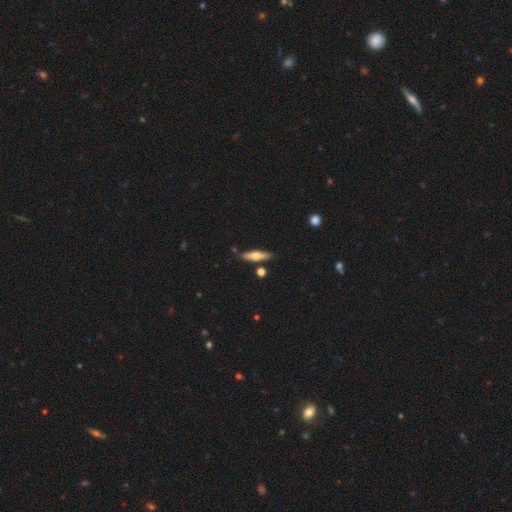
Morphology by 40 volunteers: A smooth galaxy with no disk features (52%) that is cigar-shaped (57%).

Vote fractions:
- Smooth or featured? smooth: 52% / featured or disk: 45% / star or artifact: 2%
- How rounded? cigar-shaped: 57% / in between: 43% / round: 0%
- Merging? none: 85% / minor disturbance: 8% / merger: 5% / major disturbance: 3%